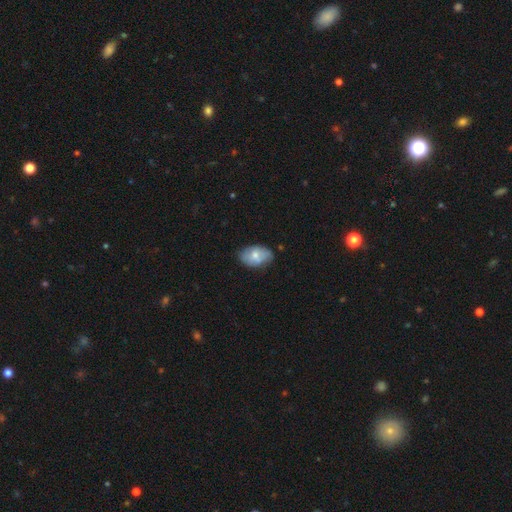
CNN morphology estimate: Smooth or featured?
  - smooth: 66% *
  - featured or disk: 27%
  - star or artifact: 7%
How rounded?
  - in between: 89% *
  - round: 10%
  - cigar-shaped: 1%
Merging?
  - none: 64% *
  - minor disturbance: 29%
  - major disturbance: 5%
  - merger: 2%